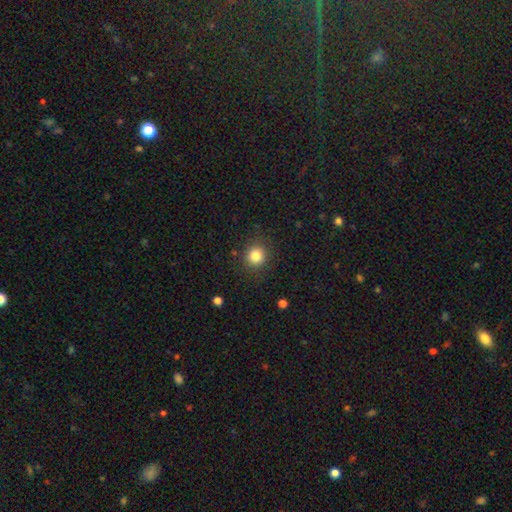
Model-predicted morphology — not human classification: smooth-or-featured: smooth: 83% | star or artifact: 12% | featured or disk: 5%
  how-rounded: round: 89% | in between: 10% | cigar-shaped: 1%
  merging: none: 88% | minor disturbance: 8% | major disturbance: 3% | merger: 1%